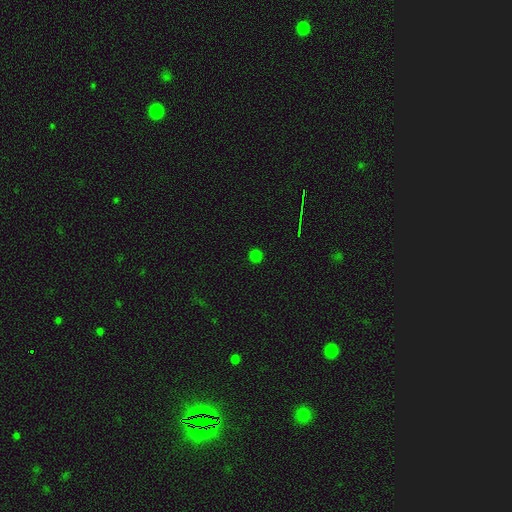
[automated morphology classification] Smooth or featured: smooth — 75% (star or artifact — 21%)
How rounded: round — 94% (in between — 5%)
Merging: none — 91% (minor disturbance — 6%)